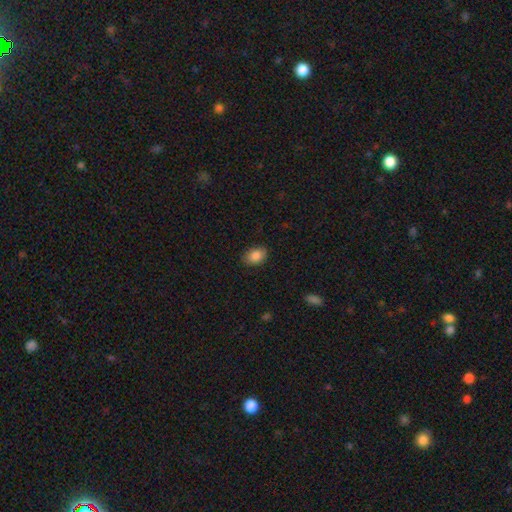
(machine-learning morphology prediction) Q: Smooth or featured?
A: smooth (87%); runner-up: star or artifact (8%)
Q: How rounded?
A: in between (83%); runner-up: round (16%)
Q: Merging?
A: none (86%); runner-up: minor disturbance (11%)